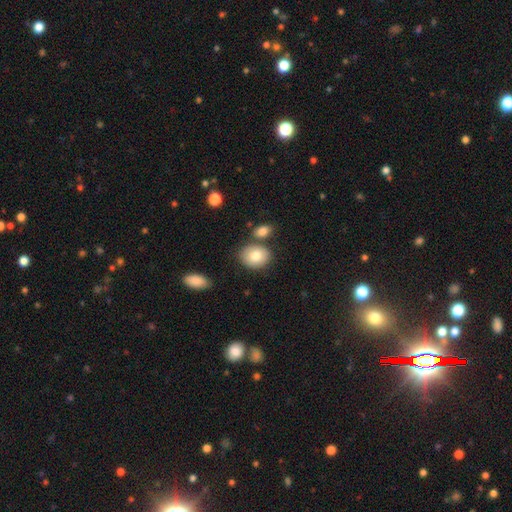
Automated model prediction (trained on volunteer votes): This is likely a smooth galaxy (80%). How rounded: possibly round (50%). Merging: likely none (71%).